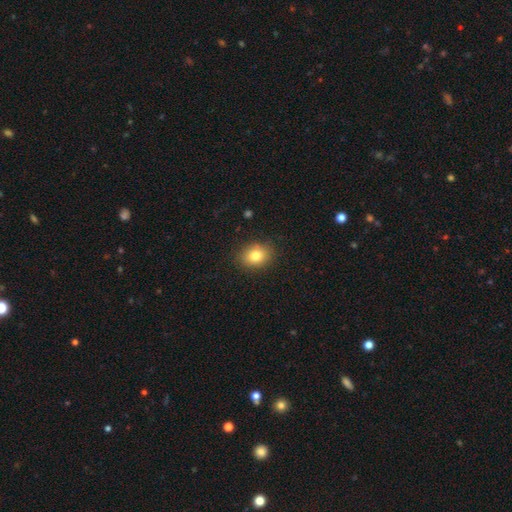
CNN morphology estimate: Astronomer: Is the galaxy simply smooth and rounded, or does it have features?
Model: smooth — 82%.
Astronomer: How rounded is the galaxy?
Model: in between — 53% (runner-up: round, 46%).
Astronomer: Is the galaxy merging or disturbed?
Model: none — 87%.